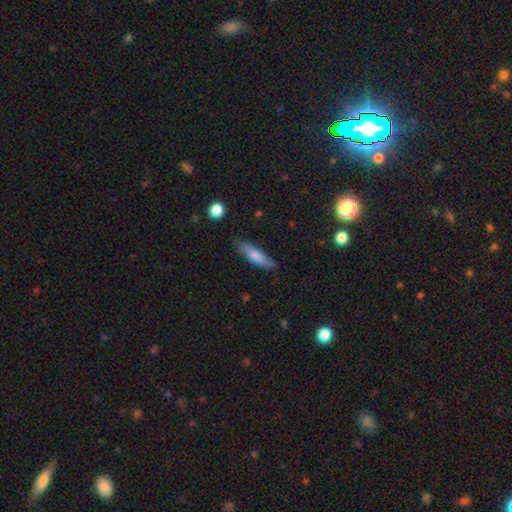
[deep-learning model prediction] Smooth or featured: smooth — 74% (featured or disk — 20%)
How rounded: cigar-shaped — 64% (in between — 35%)
Merging: none — 73% (minor disturbance — 21%)